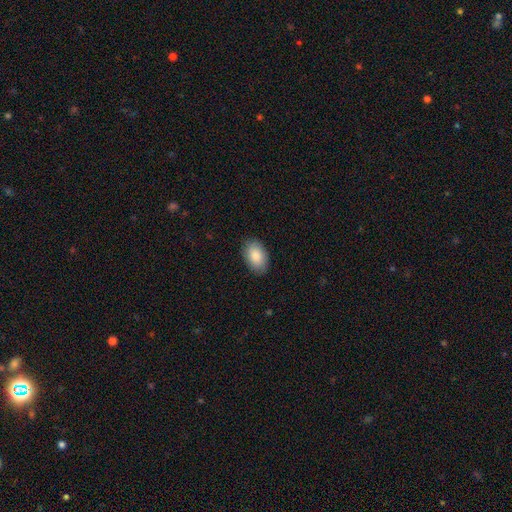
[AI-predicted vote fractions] This is clearly a smooth galaxy (87%). How rounded: clearly in between (92%). Merging: clearly none (87%).